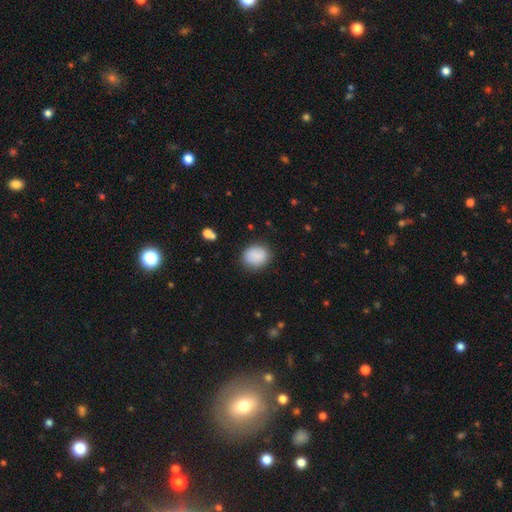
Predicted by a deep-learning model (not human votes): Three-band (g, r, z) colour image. It shows a smooth galaxy with no disk features (87%) that is round (67%). Merging: none (83%).